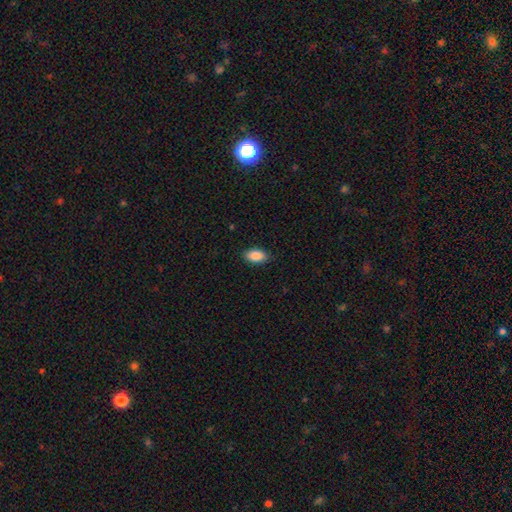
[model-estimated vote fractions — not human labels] This appears to be a smooth galaxy with no disk features (89%) that is in between round and cigar-shaped (93%). Merging: none (87%).